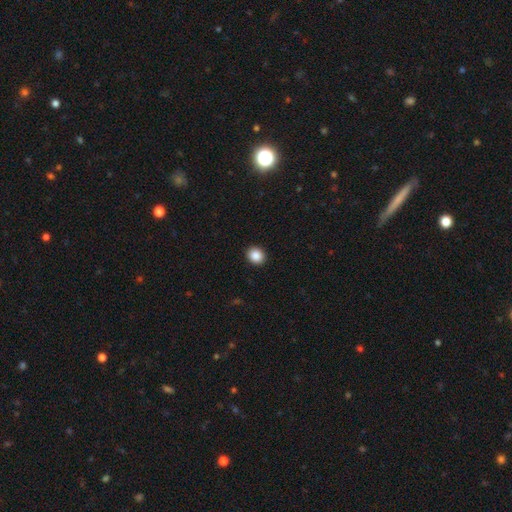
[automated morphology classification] Smooth or featured? Predicted: smooth (p=0.87). How rounded? Predicted: round (p=0.70). Merging? Predicted: none (p=0.93).